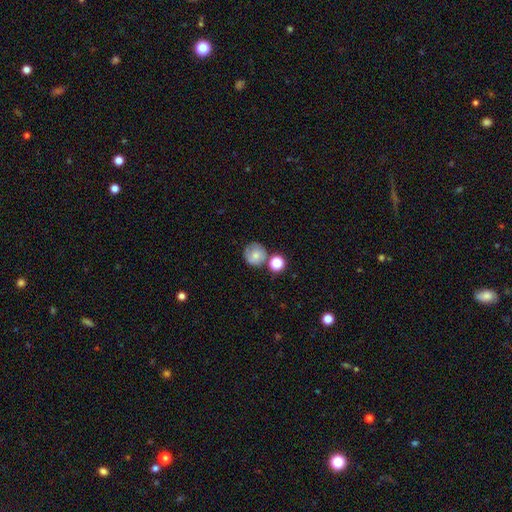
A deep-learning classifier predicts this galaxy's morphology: Overall: smooth (67%). How rounded: round (88%). Merging: none (58%; merger 19%).